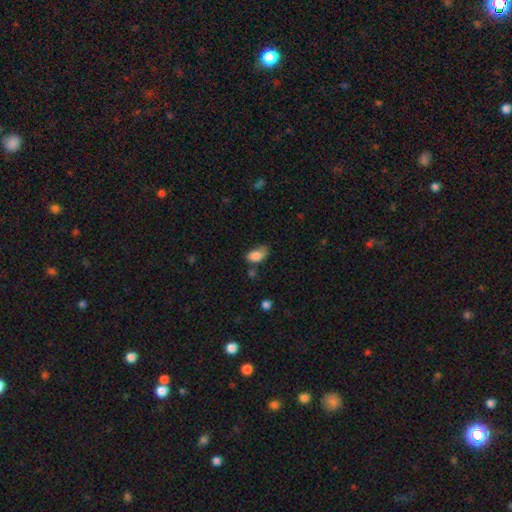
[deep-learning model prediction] A smooth galaxy with no disk features (84%) that is in between round and cigar-shaped (90%).

Vote fractions:
- Smooth or featured? smooth: 84% / star or artifact: 9% / featured or disk: 7%
- How rounded? in between: 90% / round: 8% / cigar-shaped: 2%
- Merging? none: 42% / minor disturbance: 38% / major disturbance: 13% / merger: 6%